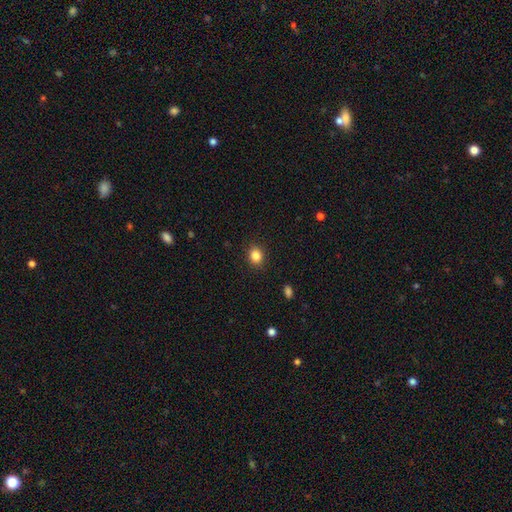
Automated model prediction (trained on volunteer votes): Morphology: type=smooth (85%); roundness=round (63%); merging=none (90%).